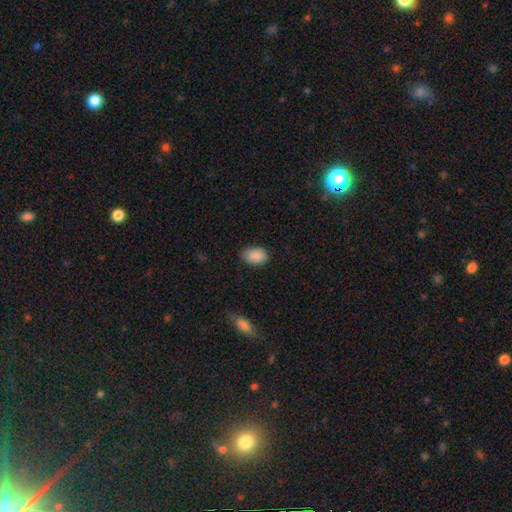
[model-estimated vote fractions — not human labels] This appears to be a smooth galaxy with no disk features (89%) that is in between round and cigar-shaped (88%). Merging: none (82%).